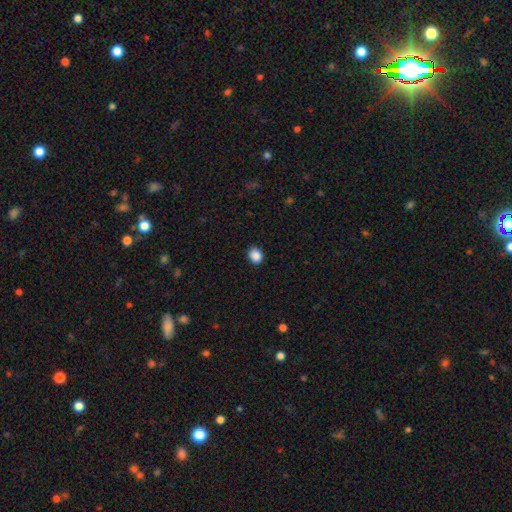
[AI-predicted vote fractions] This is clearly a smooth galaxy (88%). How rounded: possibly round (59%). Merging: clearly none (90%).